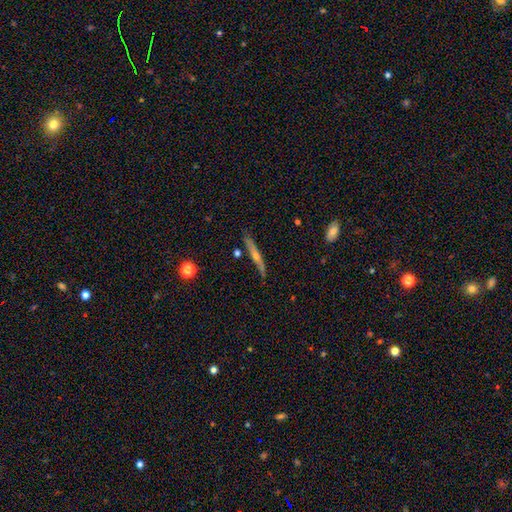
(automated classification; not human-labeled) Smooth or featured? Predicted: featured or disk (p=0.71). Edge-on disk? Predicted: yes (p=0.96). Edge-on bulge? Predicted: rounded (p=0.85). Merging? Predicted: none (p=0.85).